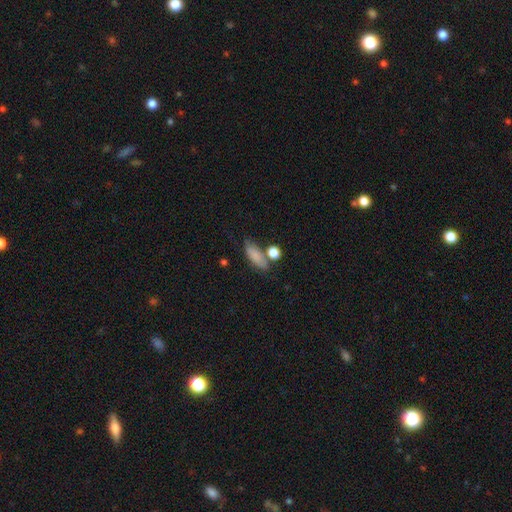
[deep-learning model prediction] Smooth or featured: smooth — 80% (featured or disk — 11%)
How rounded: in between — 68% (cigar-shaped — 24%)
Merging: none — 60% (minor disturbance — 19%)